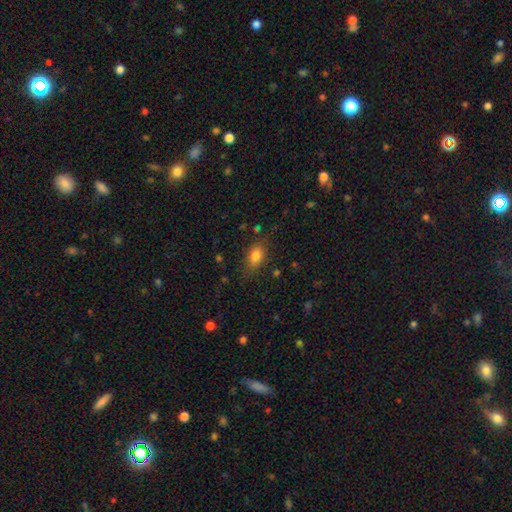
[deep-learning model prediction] This appears to be a smooth galaxy with no disk features (82%) that is in between round and cigar-shaped (84%). Merging: none (76%).